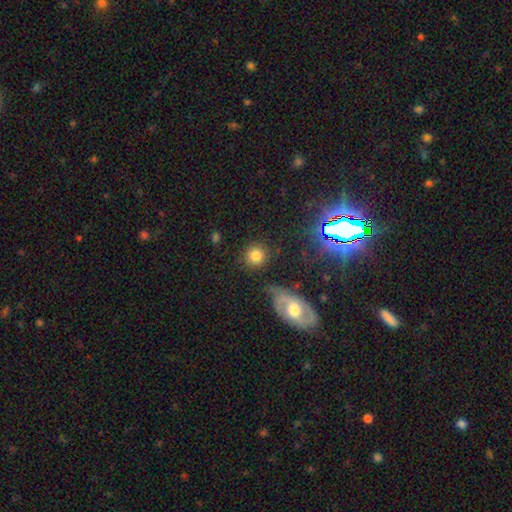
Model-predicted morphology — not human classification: This is likely a smooth galaxy (74%). How rounded: clearly round (92%). Merging: likely none (80%).